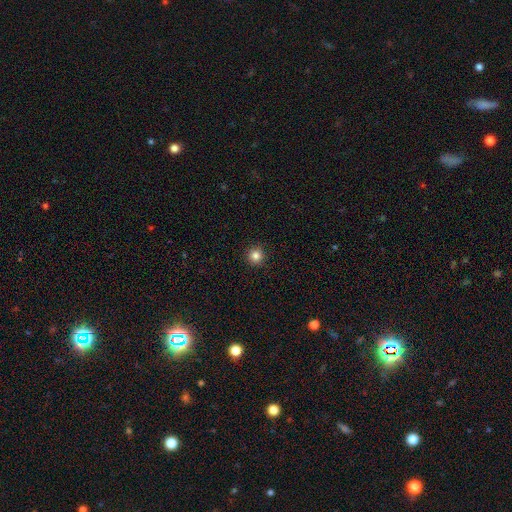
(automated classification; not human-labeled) This appears to be a smooth galaxy with no disk features (83%) that is round (96%). Merging: none (93%).